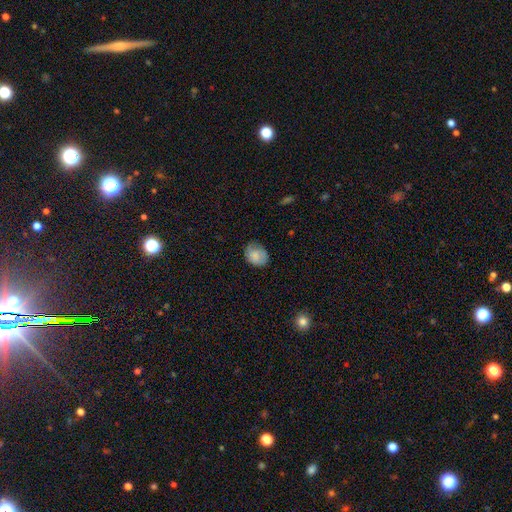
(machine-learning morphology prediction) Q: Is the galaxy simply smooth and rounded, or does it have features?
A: smooth — 81%.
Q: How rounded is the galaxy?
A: in between — 56%.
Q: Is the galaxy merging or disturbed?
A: none — 69%.